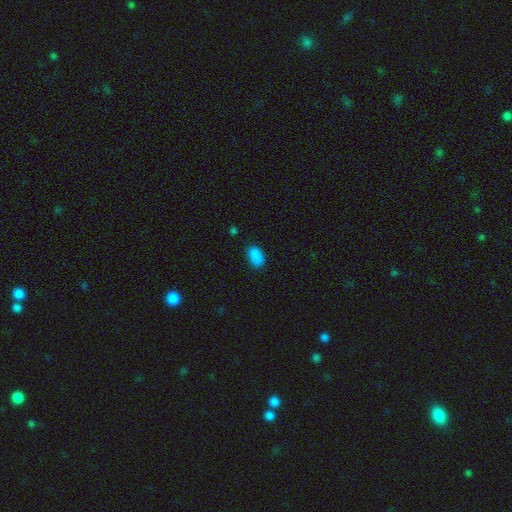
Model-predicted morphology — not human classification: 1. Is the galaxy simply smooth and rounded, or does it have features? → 87% smooth, 10% star or artifact, 3% featured or disk.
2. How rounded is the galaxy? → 91% in between, 7% round, 2% cigar-shaped.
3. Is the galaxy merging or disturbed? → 82% none, 13% minor disturbance, 3% major disturbance, 2% merger.